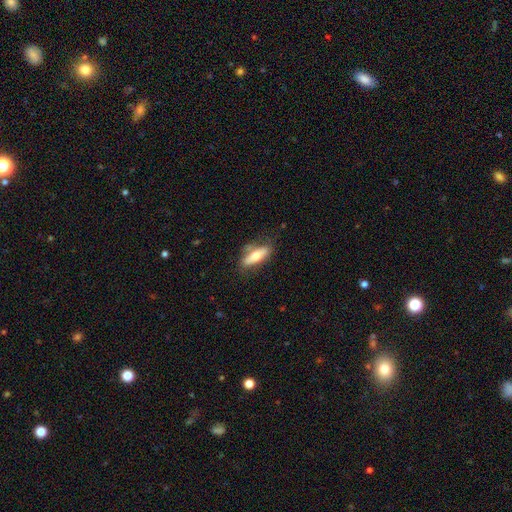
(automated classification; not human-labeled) This is likely a smooth galaxy (60%). How rounded: possibly in between (52%). Merging: likely none (71%).